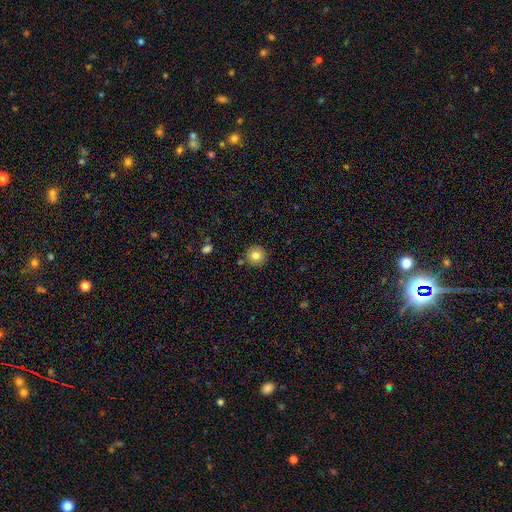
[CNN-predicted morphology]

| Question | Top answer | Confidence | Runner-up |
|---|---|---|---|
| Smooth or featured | smooth | 81% | star or artifact (10%) |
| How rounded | round | 95% | in between (4%) |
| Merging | none | 88% | minor disturbance (7%) |